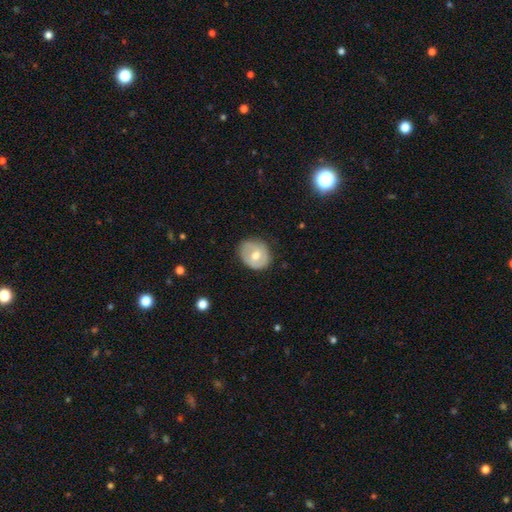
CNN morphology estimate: Smooth or featured: smooth — 50% (featured or disk — 43%)
How rounded: round — 63% (in between — 37%)
Merging: none — 75% (minor disturbance — 19%)